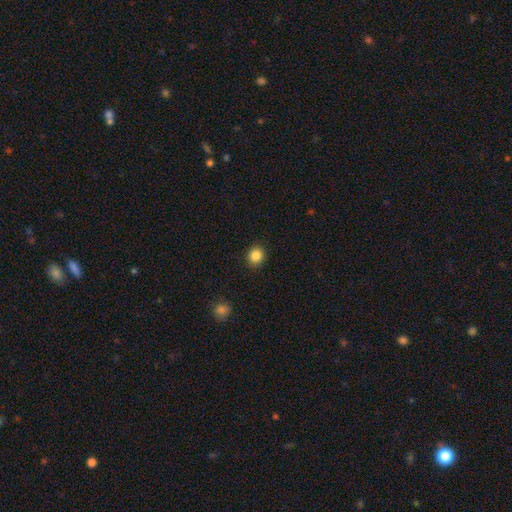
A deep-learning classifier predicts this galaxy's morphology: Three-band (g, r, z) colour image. It shows a smooth galaxy with no disk features (86%) that is round (81%). Merging: none (91%).